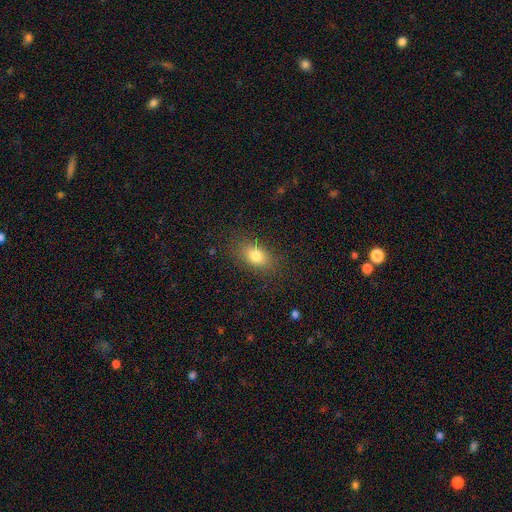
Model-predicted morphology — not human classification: Smooth or featured?
  - smooth: 79% *
  - featured or disk: 11%
  - star or artifact: 10%
How rounded?
  - in between: 83% *
  - round: 14%
  - cigar-shaped: 4%
Merging?
  - none: 84% *
  - minor disturbance: 11%
  - major disturbance: 4%
  - merger: 1%